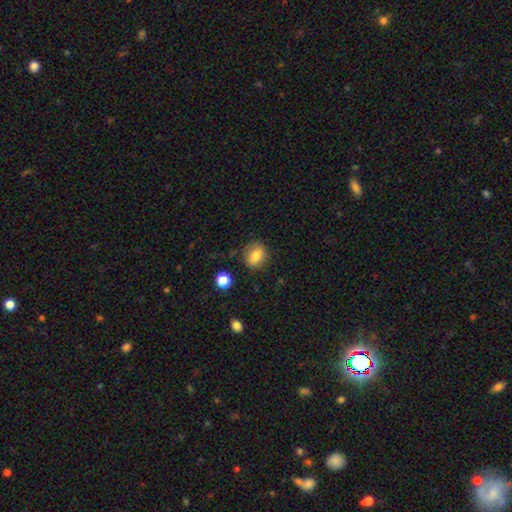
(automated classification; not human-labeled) smooth 79%, featured or disk 11%, star or artifact 10%. Down the decision tree: how rounded — round (62%); merging — none (82%).